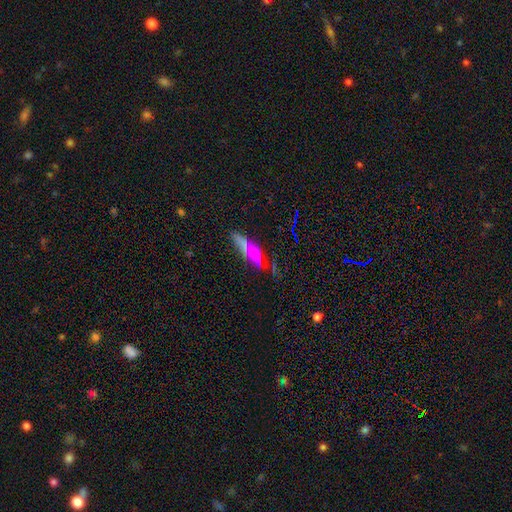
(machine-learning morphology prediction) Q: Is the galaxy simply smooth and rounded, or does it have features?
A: smooth — 53%.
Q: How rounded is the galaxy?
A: cigar-shaped — 48%.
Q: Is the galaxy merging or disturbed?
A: none — 73%.